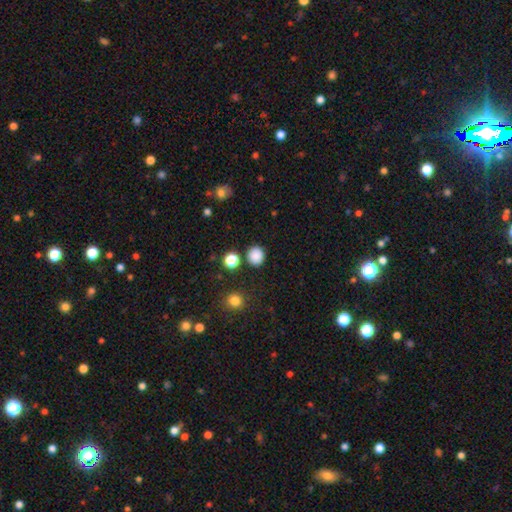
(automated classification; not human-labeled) A smooth galaxy with no disk features (85%) that is round (86%). Merging: none (87%).